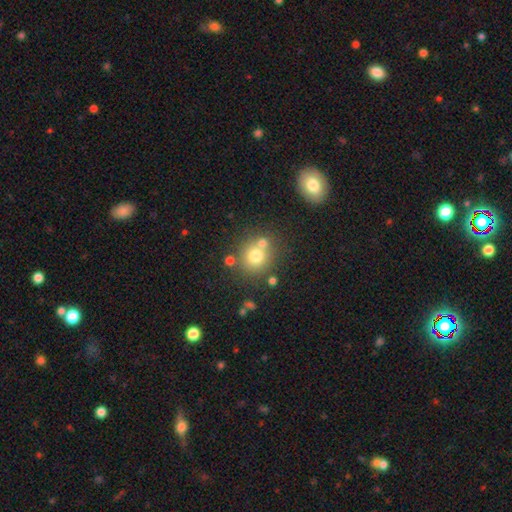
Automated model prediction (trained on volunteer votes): smooth_or_featured: smooth (p=0.73) [alt: star or artifact p=0.14]
how_rounded: round (p=0.86) [alt: in between p=0.13]
merging: none (p=0.64) [alt: merger p=0.23]